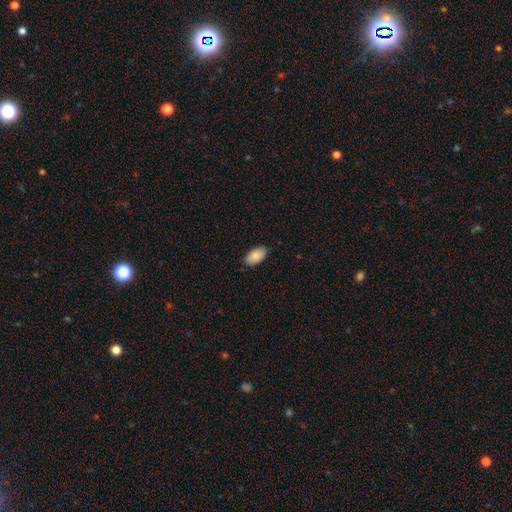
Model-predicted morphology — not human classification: smooth_or_featured: smooth (p=0.89) [alt: star or artifact p=0.06]
how_rounded: in between (p=0.96) [alt: round p=0.03]
merging: none (p=0.88) [alt: minor disturbance p=0.09]